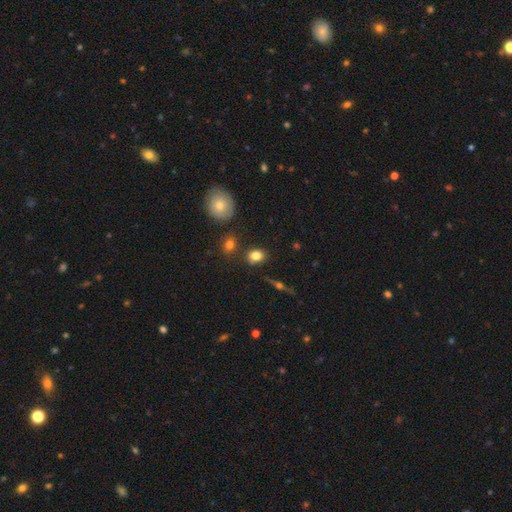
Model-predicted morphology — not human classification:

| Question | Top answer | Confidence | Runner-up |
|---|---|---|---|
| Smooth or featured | smooth | 81% | star or artifact (10%) |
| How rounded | in between | 63% | round (35%) |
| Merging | none | 80% | minor disturbance (11%) |